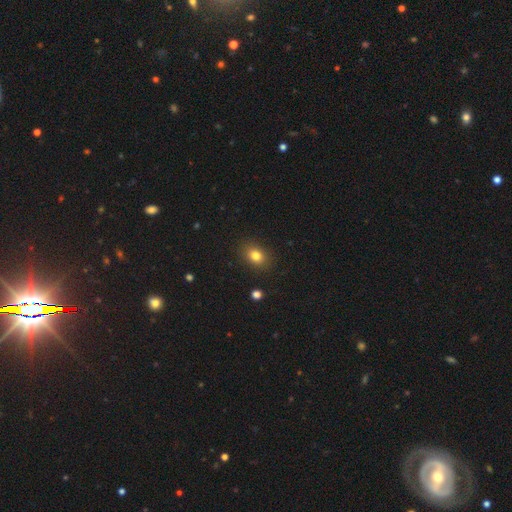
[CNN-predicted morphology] A smooth galaxy with no disk features (81%) that is in between round and cigar-shaped (58%).

Vote fractions:
- Smooth or featured? smooth: 81% / star or artifact: 12% / featured or disk: 7%
- How rounded? in between: 58% / round: 41% / cigar-shaped: 1%
- Merging? none: 87% / minor disturbance: 9% / major disturbance: 3% / merger: 1%